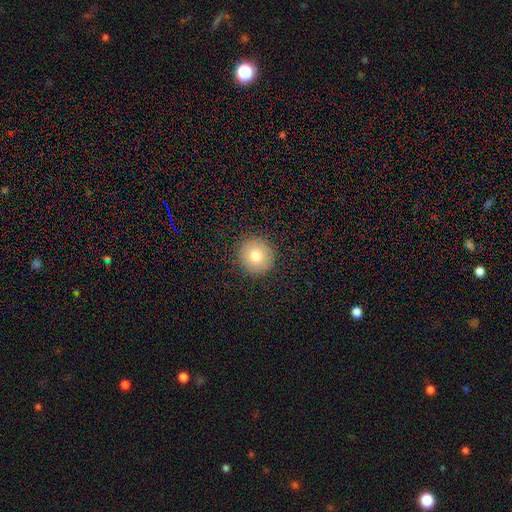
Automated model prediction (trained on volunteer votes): This is likely a smooth galaxy (76%). How rounded: clearly round (94%). Merging: clearly none (91%).